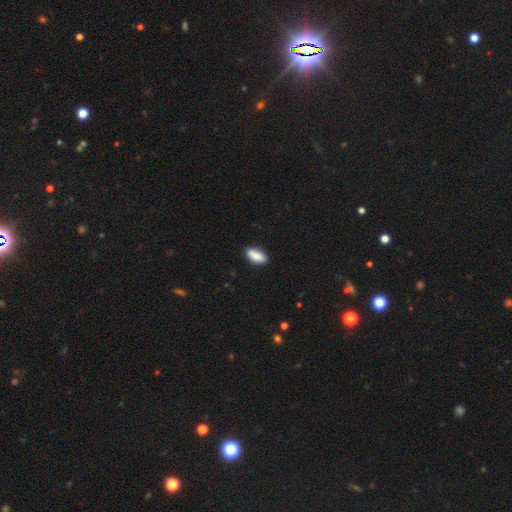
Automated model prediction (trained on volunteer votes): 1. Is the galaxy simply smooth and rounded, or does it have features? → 88% smooth, 7% star or artifact, 5% featured or disk.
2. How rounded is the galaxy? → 89% in between, 8% cigar-shaped, 3% round.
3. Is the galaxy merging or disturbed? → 84% none, 12% minor disturbance, 2% major disturbance, 2% merger.